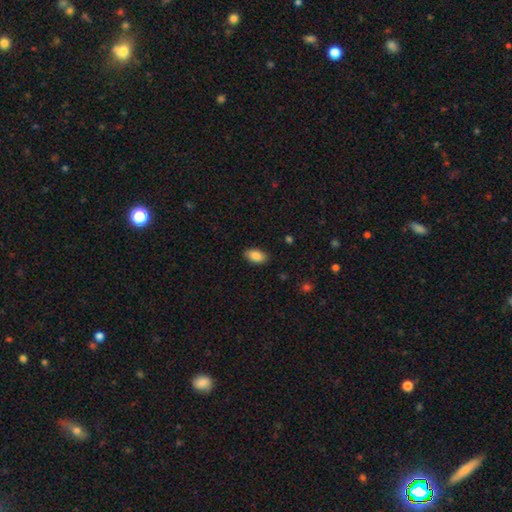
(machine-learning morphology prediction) This appears to be a smooth galaxy with no disk features (86%) that is in between round and cigar-shaped (93%). Merging: none (87%).